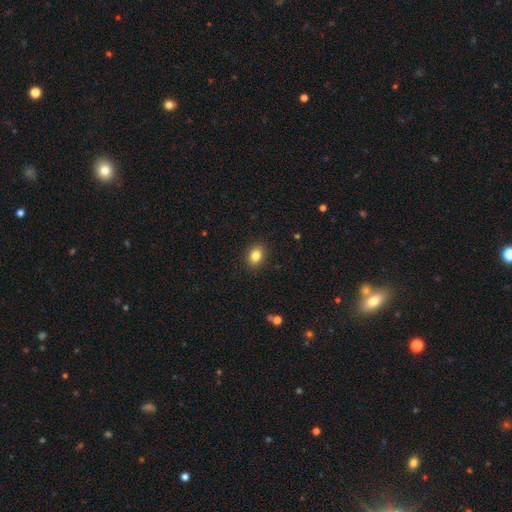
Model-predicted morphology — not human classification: Smooth or featured? smooth (84%)
How rounded? in between (71%)
Merging? none (89%)